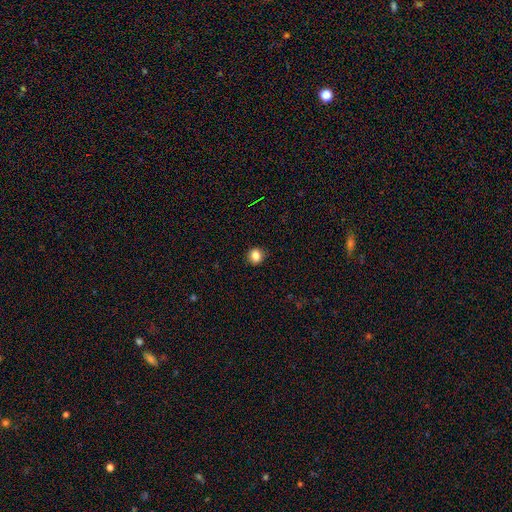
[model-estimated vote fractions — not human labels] smooth_or_featured: smooth (p=0.83) [alt: star or artifact p=0.11]
how_rounded: round (p=0.88) [alt: in between p=0.11]
merging: none (p=0.90) [alt: minor disturbance p=0.07]